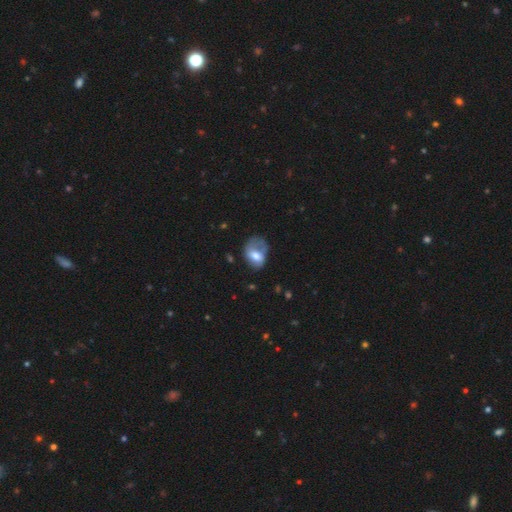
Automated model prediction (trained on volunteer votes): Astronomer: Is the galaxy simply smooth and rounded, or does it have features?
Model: smooth — 58% (runner-up: featured or disk, 34%).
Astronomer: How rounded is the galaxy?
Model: in between — 72%.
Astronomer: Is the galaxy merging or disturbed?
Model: major disturbance — 36% (runner-up: minor disturbance, 32%).